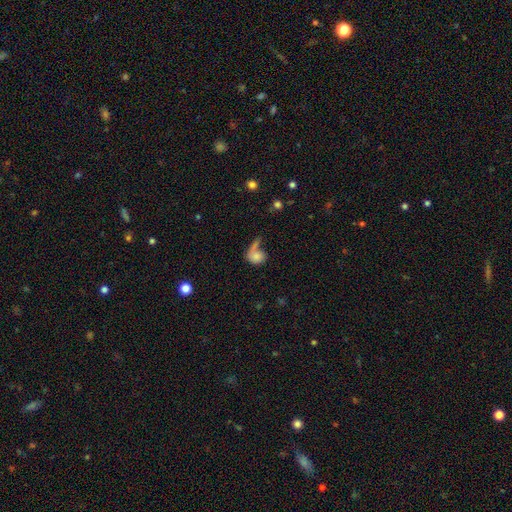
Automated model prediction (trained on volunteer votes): Smooth or featured: smooth — 65% (featured or disk — 25%)
How rounded: in between — 51% (round — 46%)
Merging: none — 30% (major disturbance — 29%)